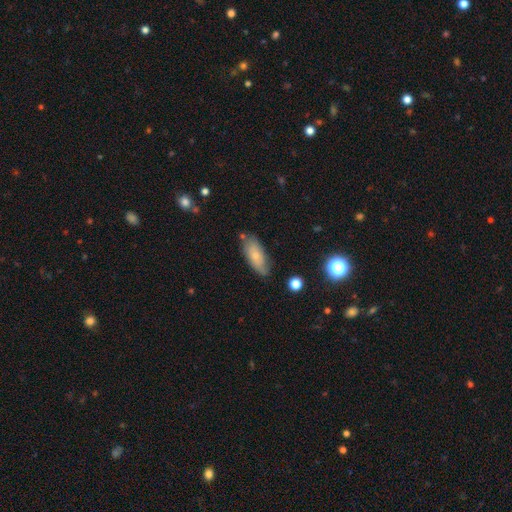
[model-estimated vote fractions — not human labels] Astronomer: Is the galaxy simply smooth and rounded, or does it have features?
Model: smooth — 69%.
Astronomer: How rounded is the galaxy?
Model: in between — 82%.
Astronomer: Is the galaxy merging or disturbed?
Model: none — 70%.